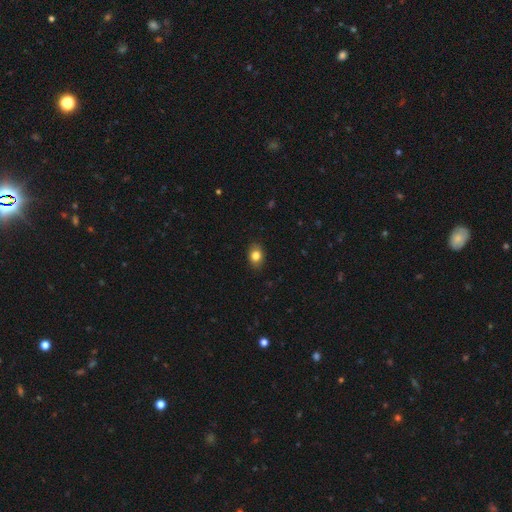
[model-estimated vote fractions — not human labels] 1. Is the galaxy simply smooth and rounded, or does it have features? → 82% smooth, 9% star or artifact, 8% featured or disk.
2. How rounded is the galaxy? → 70% in between, 29% round, 1% cigar-shaped.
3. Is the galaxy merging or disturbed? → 86% none, 11% minor disturbance, 2% major disturbance, 1% merger.